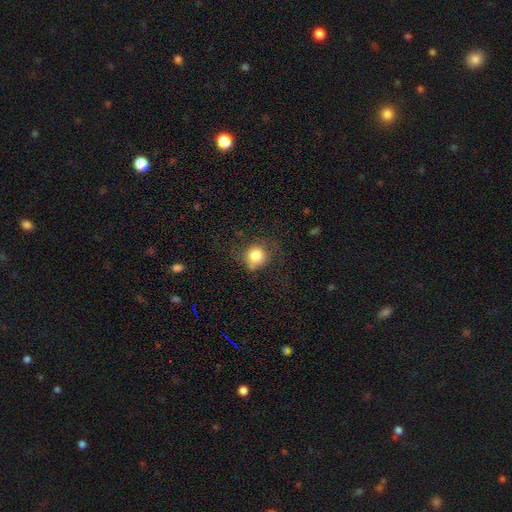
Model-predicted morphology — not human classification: Q: Smooth or featured?
A: smooth (81%); runner-up: star or artifact (11%)
Q: How rounded?
A: round (87%); runner-up: in between (12%)
Q: Merging?
A: none (67%); runner-up: minor disturbance (21%)